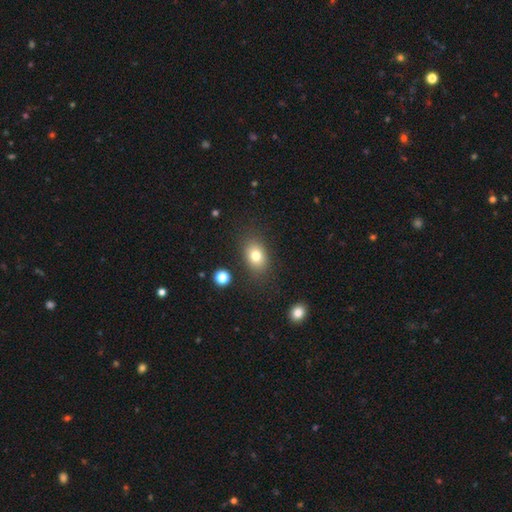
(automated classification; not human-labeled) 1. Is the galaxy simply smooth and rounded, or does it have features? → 78% smooth, 11% featured or disk, 11% star or artifact.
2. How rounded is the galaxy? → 72% in between, 27% round, 1% cigar-shaped.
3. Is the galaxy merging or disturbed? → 82% none, 11% minor disturbance, 4% major disturbance, 2% merger.